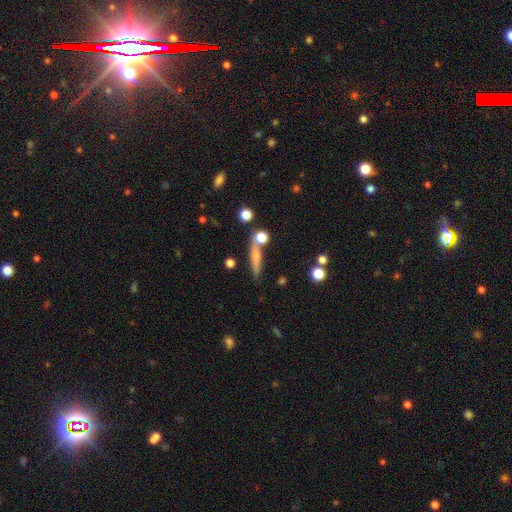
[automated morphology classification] Smooth or featured?
  - smooth: 59% *
  - featured or disk: 31%
  - star or artifact: 10%
How rounded?
  - cigar-shaped: 80% *
  - in between: 13%
  - round: 7%
Merging?
  - none: 69% *
  - minor disturbance: 14%
  - merger: 13%
  - major disturbance: 5%